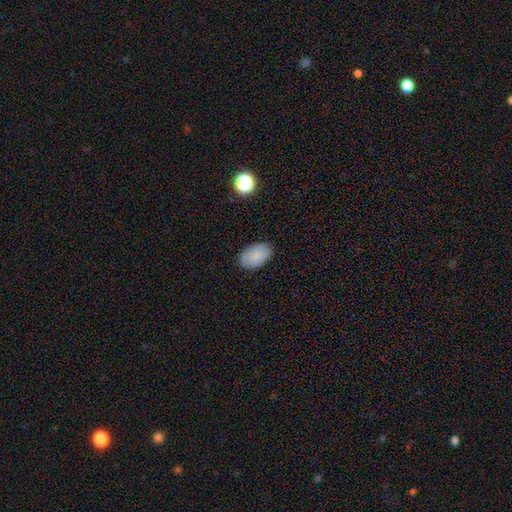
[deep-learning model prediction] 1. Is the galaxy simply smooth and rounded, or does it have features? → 85% smooth, 8% star or artifact, 7% featured or disk.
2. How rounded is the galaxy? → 91% in between, 7% round, 1% cigar-shaped.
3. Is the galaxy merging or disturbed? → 85% none, 12% minor disturbance, 3% major disturbance, 1% merger.